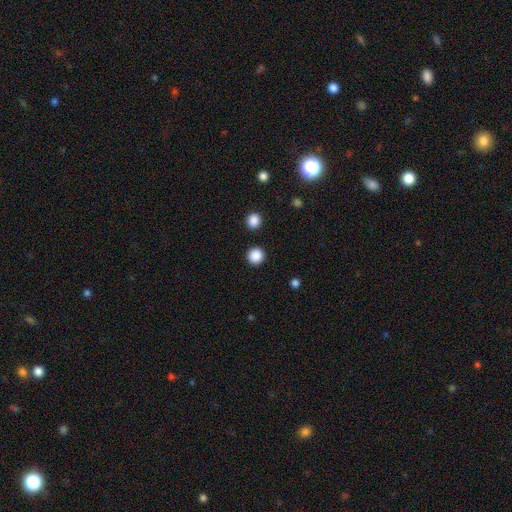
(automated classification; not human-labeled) The model was most divided on "smooth or featured": smooth: 87%, star or artifact: 10%, featured or disk: 3%. More confident: how rounded — round (95%); merging — none (92%).